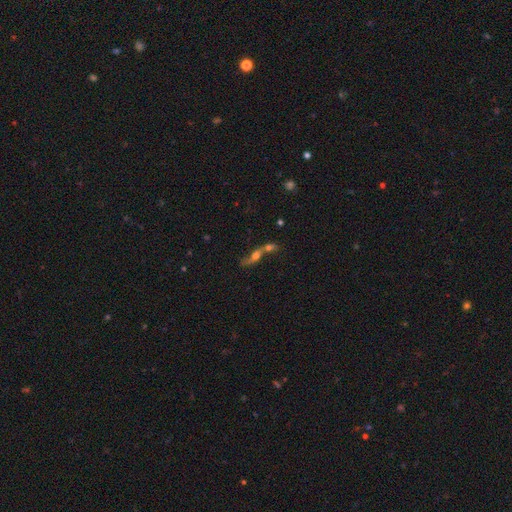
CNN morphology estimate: Q: Smooth or featured?
A: featured or disk (53%); runner-up: smooth (34%)
Q: Edge-on disk?
A: no (66%); runner-up: yes (34%)
Q: Merging?
A: merger (62%); runner-up: none (23%)